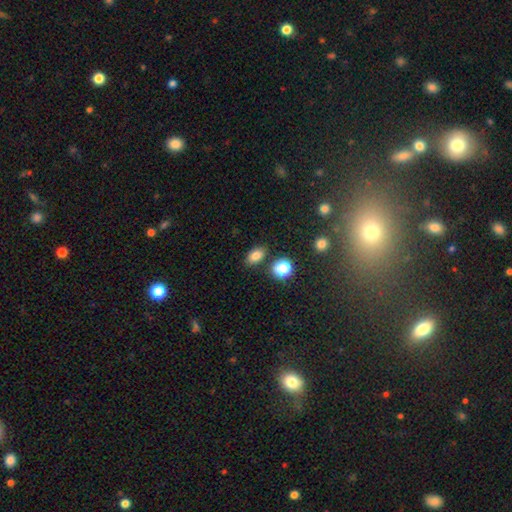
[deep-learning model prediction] smooth_or_featured: smooth (p=0.81) [alt: star or artifact p=0.13]
how_rounded: in between (p=0.81) [alt: round p=0.17]
merging: none (p=0.81) [alt: minor disturbance p=0.10]